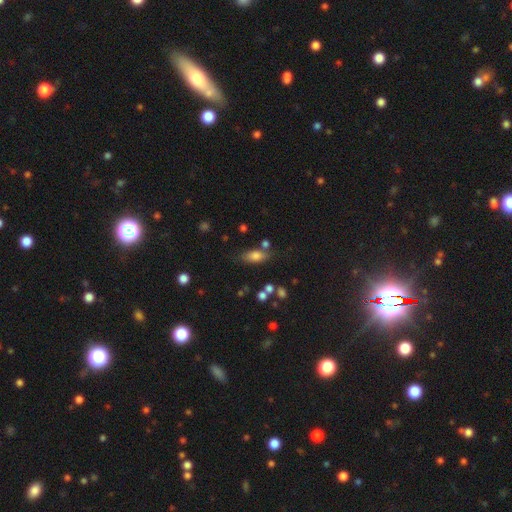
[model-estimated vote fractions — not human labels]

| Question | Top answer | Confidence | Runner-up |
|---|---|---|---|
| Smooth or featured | smooth | 77% | featured or disk (13%) |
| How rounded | in between | 81% | cigar-shaped (14%) |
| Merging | none | 68% | minor disturbance (16%) |